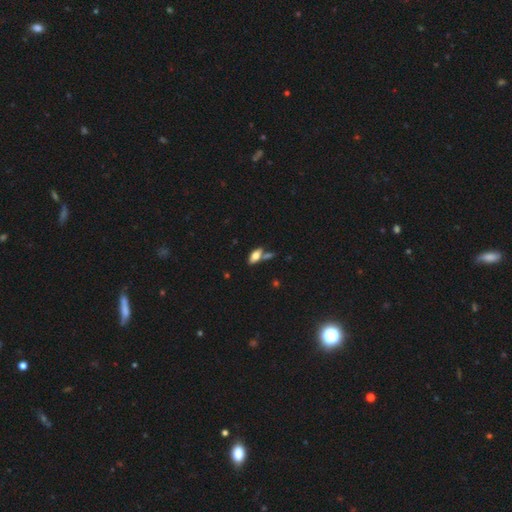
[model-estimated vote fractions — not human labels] smooth 62%, featured or disk 30%, star or artifact 8%. Down the decision tree: how rounded — in between (79%); merging — none (60%).